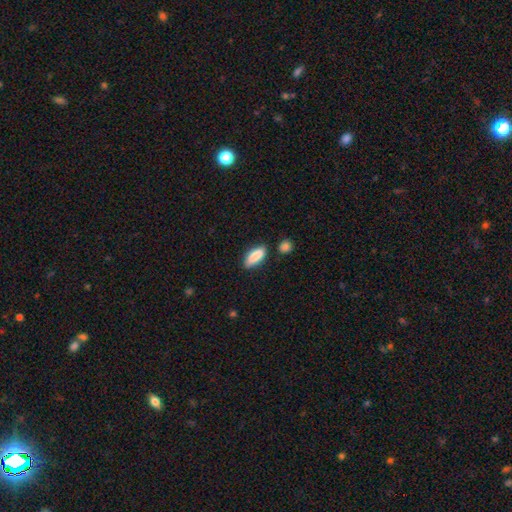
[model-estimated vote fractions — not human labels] Smooth or featured?
  - smooth: 86% *
  - featured or disk: 8%
  - star or artifact: 7%
How rounded?
  - in between: 69% *
  - cigar-shaped: 29%
  - round: 3%
Merging?
  - none: 75% *
  - minor disturbance: 16%
  - merger: 6%
  - major disturbance: 3%